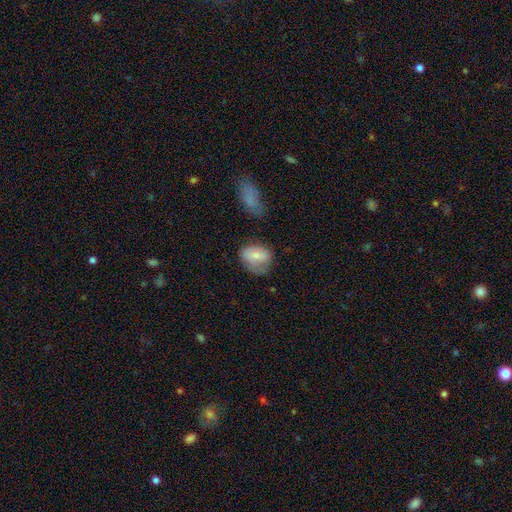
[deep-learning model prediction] Smooth or featured: smooth — 68% (featured or disk — 25%)
How rounded: in between — 60% (round — 39%)
Merging: none — 52% (minor disturbance — 31%)